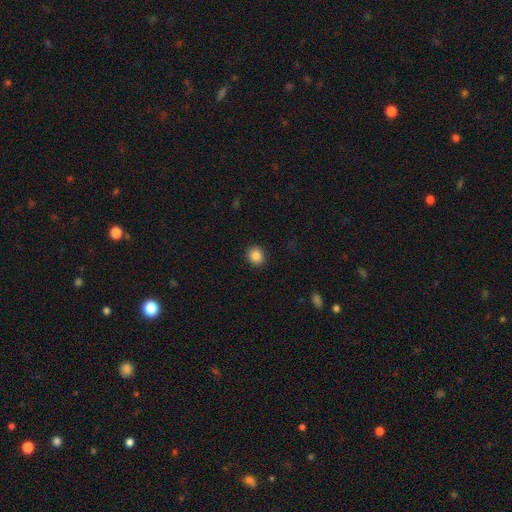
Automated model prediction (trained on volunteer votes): smooth-or-featured: smooth: 87% | star or artifact: 10% | featured or disk: 4%
  how-rounded: round: 82% | in between: 18% | cigar-shaped: 1%
  merging: none: 92% | minor disturbance: 6% | major disturbance: 2% | merger: 1%